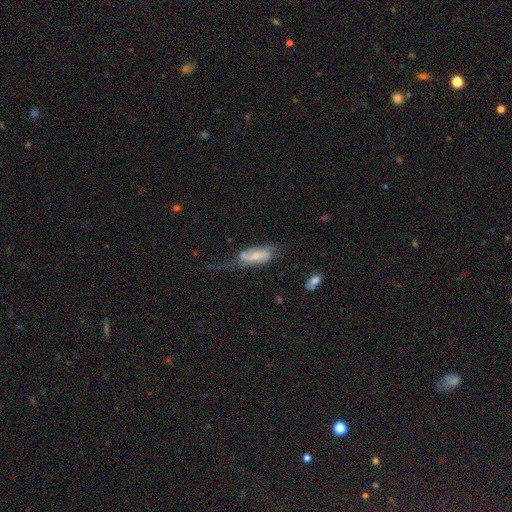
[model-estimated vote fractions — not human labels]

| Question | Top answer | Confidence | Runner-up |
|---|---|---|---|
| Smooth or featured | featured or disk | 55% | smooth (38%) |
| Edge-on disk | no | 84% | yes (16%) |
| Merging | major disturbance | 34% | none (31%) |